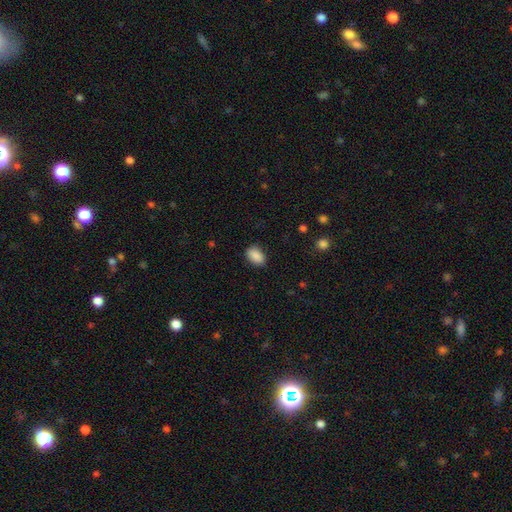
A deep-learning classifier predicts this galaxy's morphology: A smooth galaxy with no disk features (89%) that is in between round and cigar-shaped (87%). Merging: none (84%).